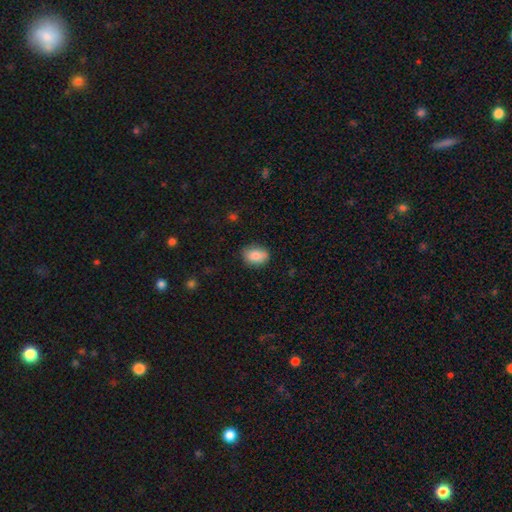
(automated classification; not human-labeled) This is clearly a smooth galaxy (83%). How rounded: likely in between (70%). Merging: clearly none (82%).